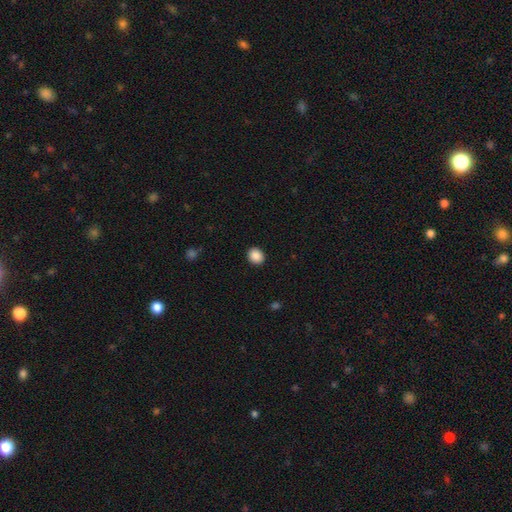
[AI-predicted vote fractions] This appears to be a smooth galaxy with no disk features (89%) that is round (70%). Merging: none (92%).